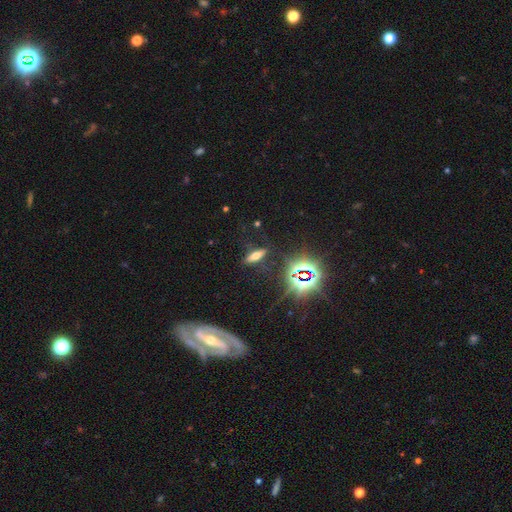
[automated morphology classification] Smooth or featured? Predicted: smooth (p=0.43). Merging? Predicted: none (p=0.84).